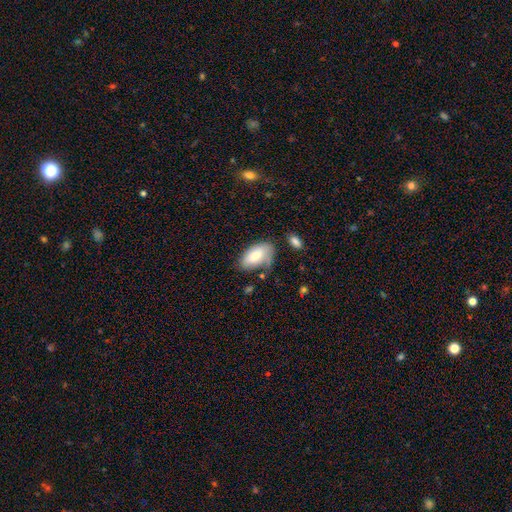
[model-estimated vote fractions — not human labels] smooth_or_featured: smooth (p=0.77) [alt: featured or disk p=0.17]
how_rounded: in between (p=0.94) [alt: round p=0.04]
merging: none (p=0.59) [alt: minor disturbance p=0.27]